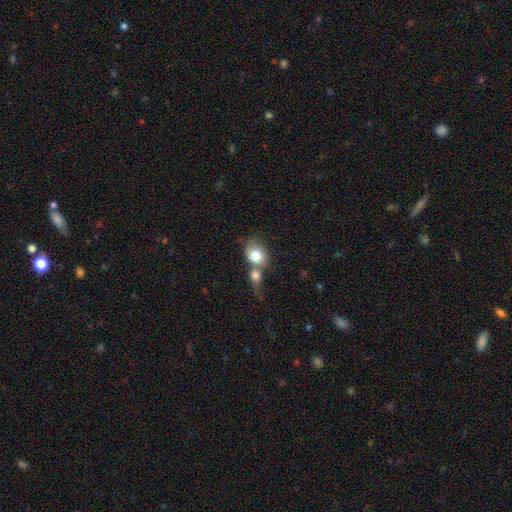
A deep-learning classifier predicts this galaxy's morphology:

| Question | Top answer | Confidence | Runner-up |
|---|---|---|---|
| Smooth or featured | smooth | 79% | featured or disk (14%) |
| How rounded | in between | 55% | round (44%) |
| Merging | merger | 59% | none (26%) |